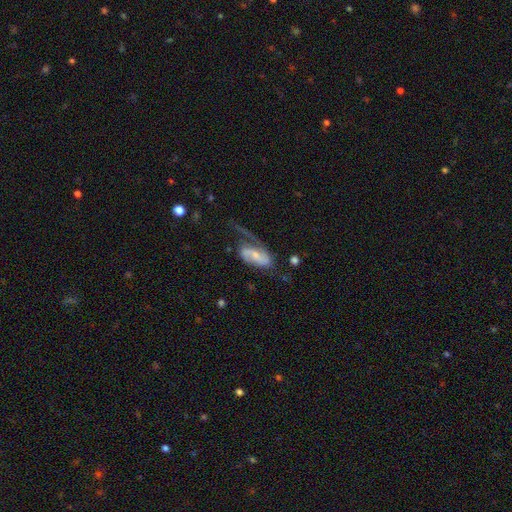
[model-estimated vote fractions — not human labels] Smooth or featured? Predicted: featured or disk (p=0.67). Edge-on disk? Predicted: no (p=0.94). Bar? Predicted: no (p=0.39, tied with weak). Spiral arms? Predicted: yes (p=0.86). Spiral winding? Predicted: loose (p=0.50). Spiral arm count? Predicted: 2 (p=0.65). Bulge size? Predicted: small (p=0.48). Merging? Predicted: major disturbance (p=0.41).